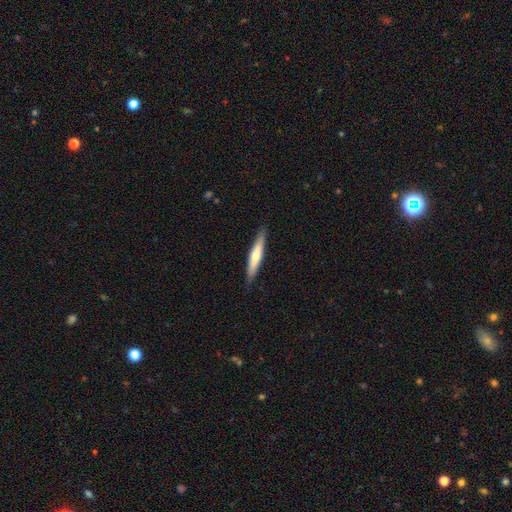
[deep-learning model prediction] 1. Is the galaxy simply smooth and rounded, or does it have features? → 55% smooth, 40% featured or disk, 5% star or artifact.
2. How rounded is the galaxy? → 91% cigar-shaped, 8% in between, 1% round.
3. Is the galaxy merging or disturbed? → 87% none, 10% minor disturbance, 2% major disturbance, 1% merger.